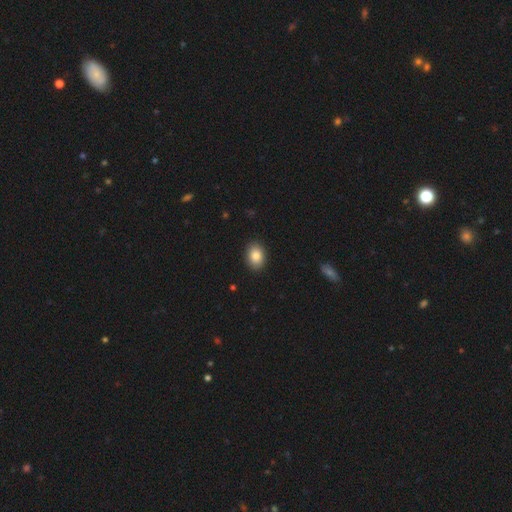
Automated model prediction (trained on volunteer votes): Smooth or featured: smooth — 86% (star or artifact — 8%)
How rounded: in between — 75% (round — 24%)
Merging: none — 90% (minor disturbance — 7%)